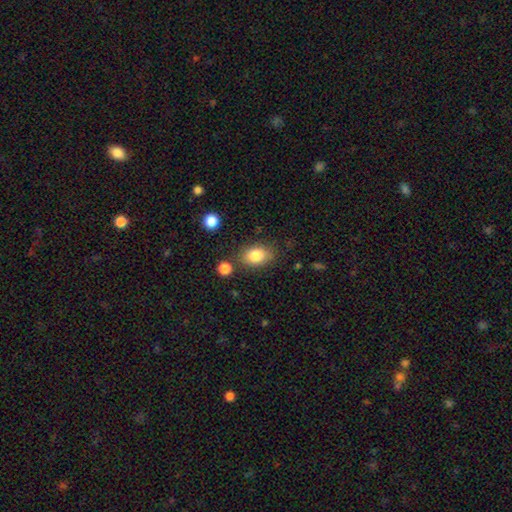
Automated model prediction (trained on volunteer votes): smooth_or_featured: smooth (p=0.83) [alt: star or artifact p=0.08]
how_rounded: in between (p=0.76) [alt: round p=0.22]
merging: none (p=0.76) [alt: minor disturbance p=0.15]